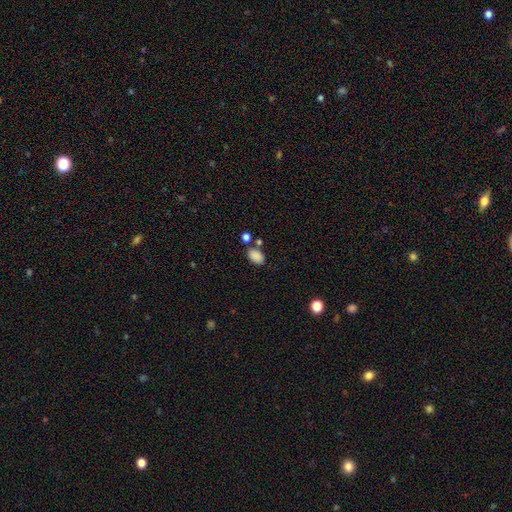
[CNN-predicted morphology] Q: Smooth or featured?
A: smooth (86%); runner-up: star or artifact (9%)
Q: How rounded?
A: in between (89%); runner-up: round (10%)
Q: Merging?
A: none (65%); runner-up: merger (17%)